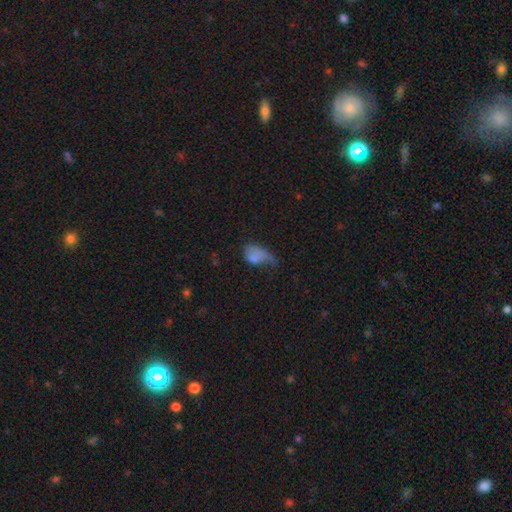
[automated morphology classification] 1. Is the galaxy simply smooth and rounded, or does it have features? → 66% smooth, 22% featured or disk, 11% star or artifact.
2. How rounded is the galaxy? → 83% in between, 15% round, 2% cigar-shaped.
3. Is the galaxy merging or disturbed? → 53% major disturbance, 23% minor disturbance, 16% none, 8% merger.